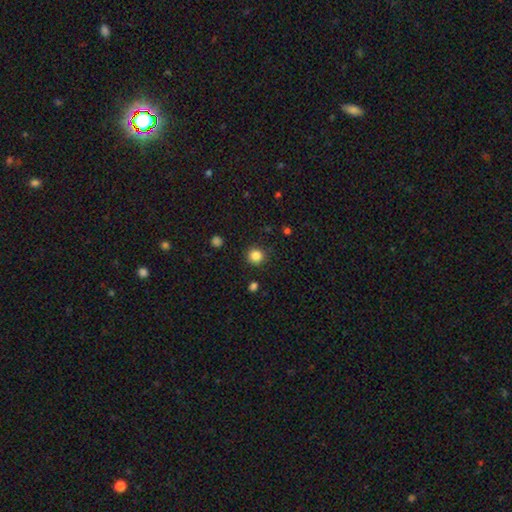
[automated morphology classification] smooth_or_featured: smooth (p=0.84) [alt: star or artifact p=0.12]
how_rounded: round (p=0.94) [alt: in between p=0.05]
merging: none (p=0.89) [alt: minor disturbance p=0.07]